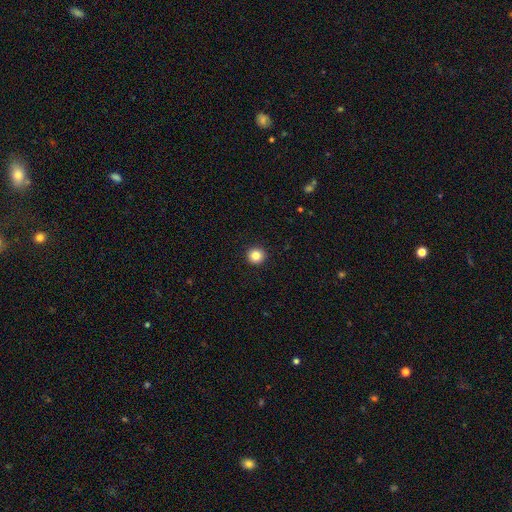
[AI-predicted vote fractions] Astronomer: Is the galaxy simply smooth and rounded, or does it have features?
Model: smooth — 84%.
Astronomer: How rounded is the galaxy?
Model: round — 95%.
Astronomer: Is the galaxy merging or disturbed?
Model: none — 94%.